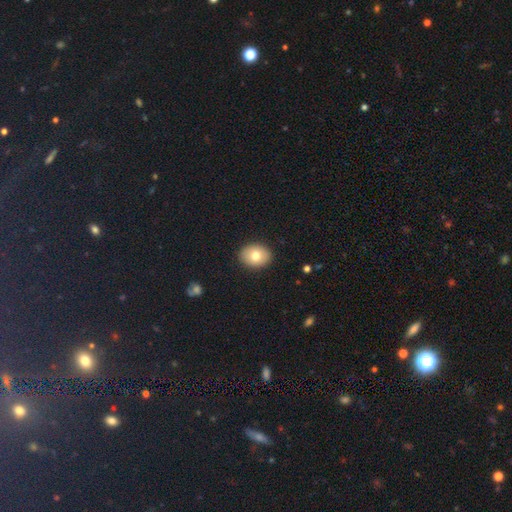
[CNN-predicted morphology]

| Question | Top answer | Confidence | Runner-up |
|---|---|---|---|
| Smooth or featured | smooth | 76% | featured or disk (16%) |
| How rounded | in between | 60% | round (39%) |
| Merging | none | 90% | minor disturbance (7%) |